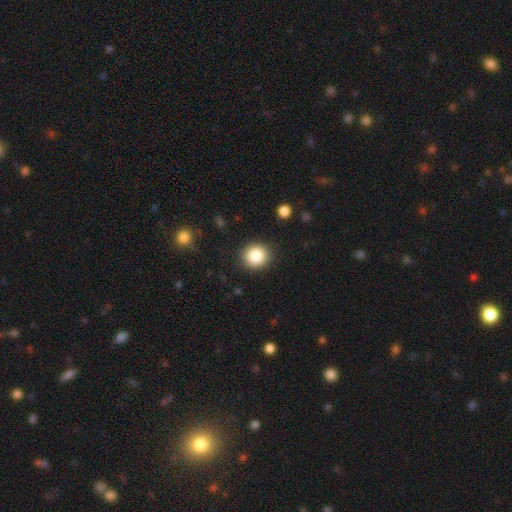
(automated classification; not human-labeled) Morphology: type=smooth (86%); roundness=round (92%); merging=none (90%).